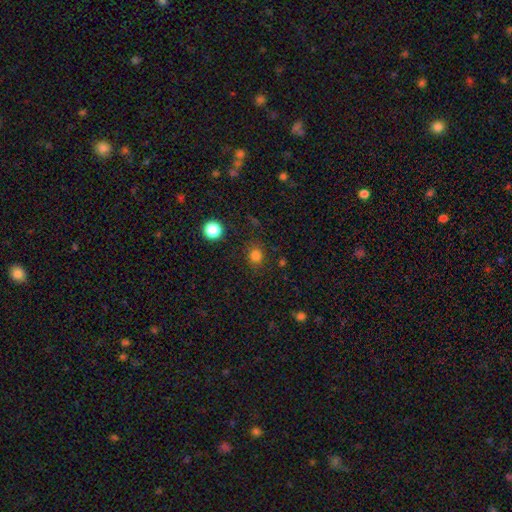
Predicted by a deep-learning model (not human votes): Overall: smooth (80%). How rounded: round (77%). Merging: none (84%).